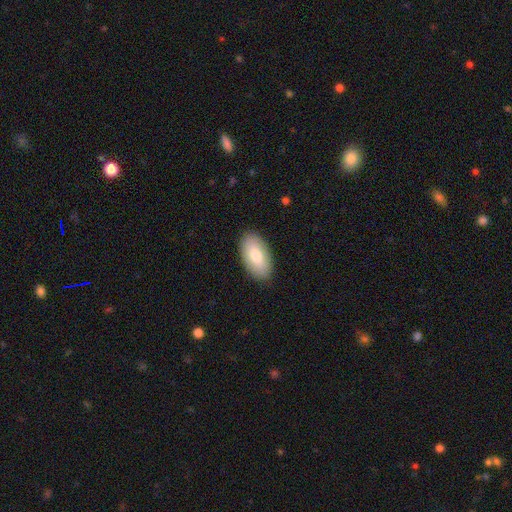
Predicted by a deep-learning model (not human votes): Smooth or featured? smooth (78%)
How rounded? in between (94%)
Merging? none (89%)